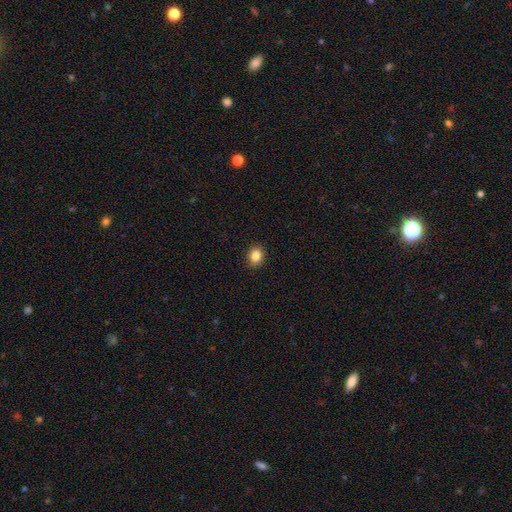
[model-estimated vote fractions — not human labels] The model was most divided on "how rounded": in between: 57%, round: 42%, cigar-shaped: 1%. More confident: merging — none (90%); smooth or featured — smooth (86%).